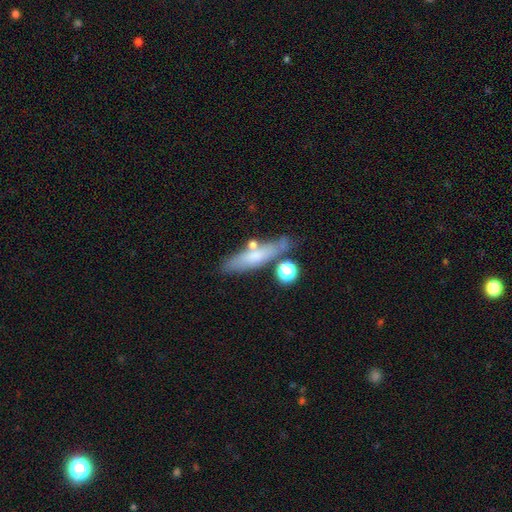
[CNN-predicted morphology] Smooth or featured? Predicted: smooth (p=0.60). How rounded? Predicted: cigar-shaped (p=0.73). Merging? Predicted: none (p=0.68).